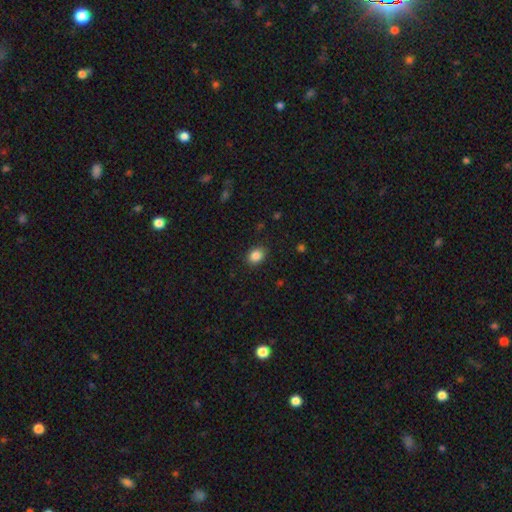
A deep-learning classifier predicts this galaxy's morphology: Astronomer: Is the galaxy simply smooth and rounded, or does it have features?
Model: smooth — 87%.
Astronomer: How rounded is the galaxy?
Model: in between — 54% (runner-up: round, 46%).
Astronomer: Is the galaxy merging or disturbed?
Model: none — 87%.